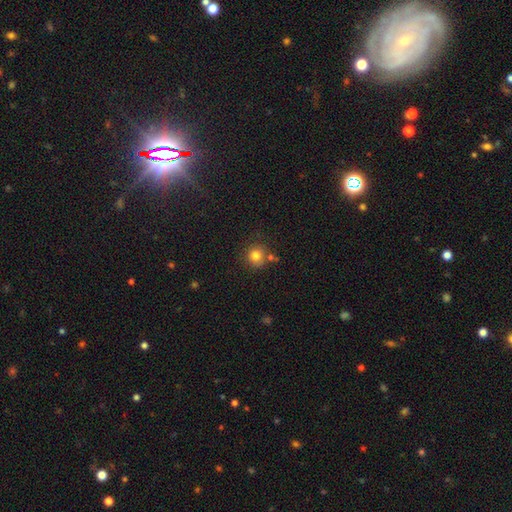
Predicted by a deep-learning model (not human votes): Smooth or featured? Predicted: smooth (p=0.80). How rounded? Predicted: round (p=0.90). Merging? Predicted: none (p=0.74).